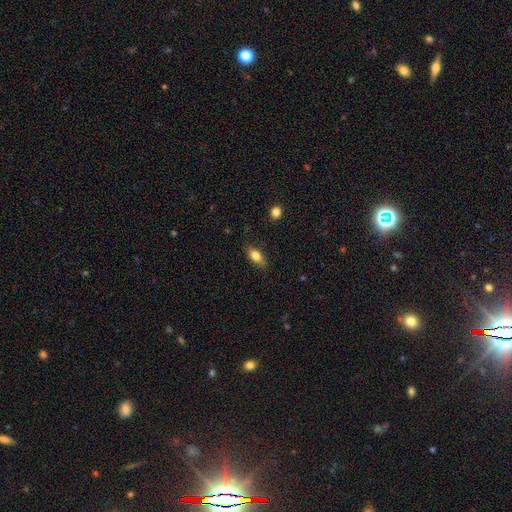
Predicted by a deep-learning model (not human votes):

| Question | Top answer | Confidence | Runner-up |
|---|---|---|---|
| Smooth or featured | smooth | 80% | featured or disk (12%) |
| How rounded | in between | 84% | cigar-shaped (9%) |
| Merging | none | 80% | minor disturbance (15%) |